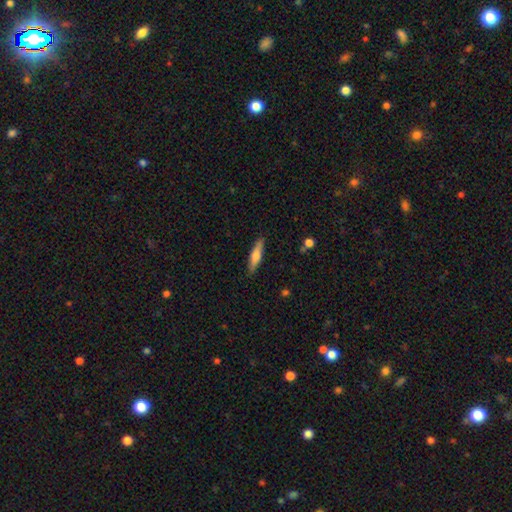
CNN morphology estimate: A smooth galaxy with no disk features (60%) that is cigar-shaped (78%).

Vote fractions:
- Smooth or featured? smooth: 60% / featured or disk: 34% / star or artifact: 6%
- How rounded? cigar-shaped: 78% / in between: 20% / round: 2%
- Merging? none: 87% / minor disturbance: 10% / major disturbance: 2% / merger: 1%